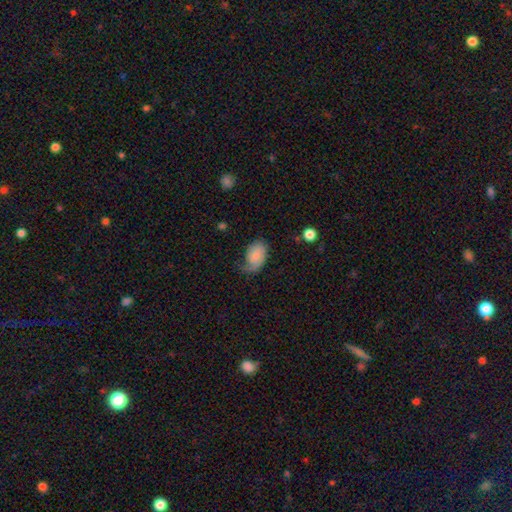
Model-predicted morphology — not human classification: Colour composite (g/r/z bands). It shows a smooth galaxy with no disk features (55%) that is in between round and cigar-shaped (85%). Merging: none (39%).